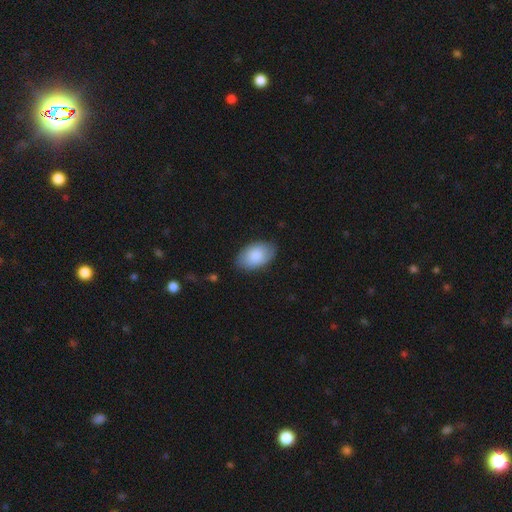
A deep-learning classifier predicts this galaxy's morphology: smooth-or-featured: smooth: 84% | featured or disk: 10% | star or artifact: 6%
  how-rounded: in between: 93% | round: 5% | cigar-shaped: 1%
  merging: none: 82% | minor disturbance: 14% | major disturbance: 3% | merger: 1%